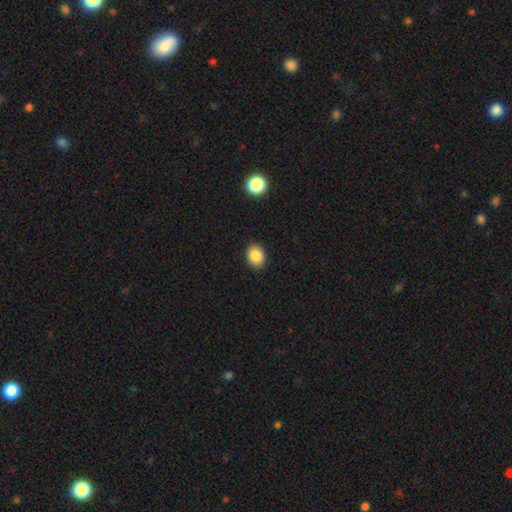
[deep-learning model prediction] Smooth or featured: smooth — 86% (star or artifact — 9%)
How rounded: in between — 52% (round — 47%)
Merging: none — 90% (minor disturbance — 7%)